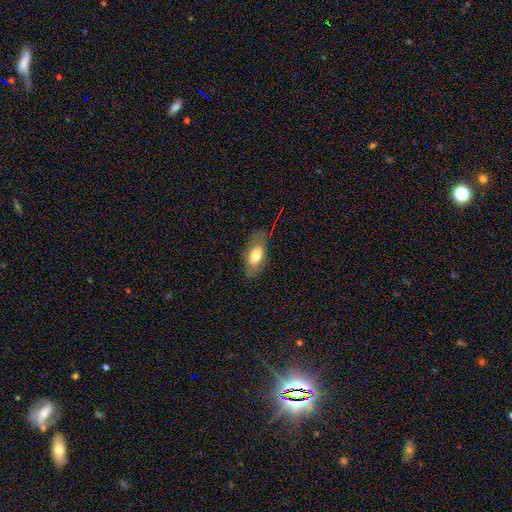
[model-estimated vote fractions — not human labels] smooth 69%, featured or disk 24%, star or artifact 7%. Down the decision tree: how rounded — in between (88%); merging — none (67%).